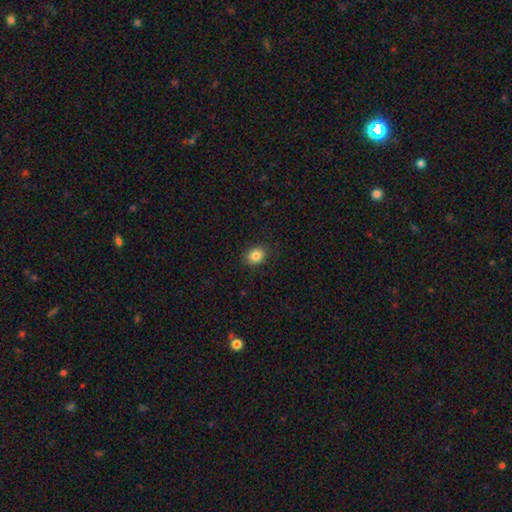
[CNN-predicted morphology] smooth_or_featured: smooth (p=0.85) [alt: star or artifact p=0.10]
how_rounded: round (p=0.58) [alt: in between p=0.41]
merging: none (p=0.89) [alt: minor disturbance p=0.08]